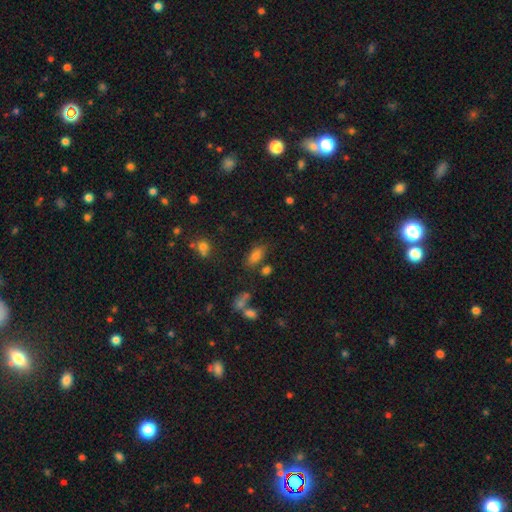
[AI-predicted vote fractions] This appears to be a smooth galaxy with no disk features (78%) that is in between round and cigar-shaped (84%). Merging: none (71%).